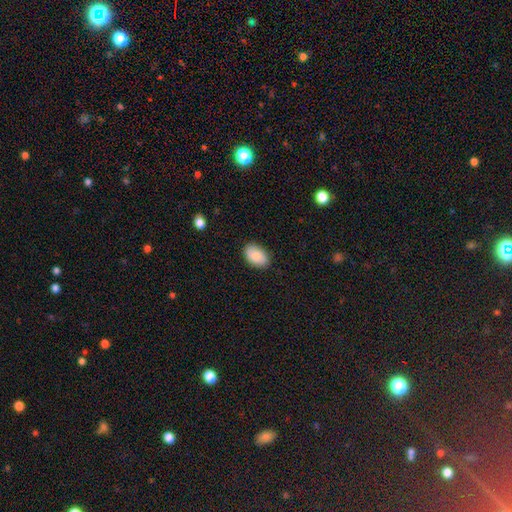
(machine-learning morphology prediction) type=smooth (85%); roundness=in between (90%); merging=none (86%).